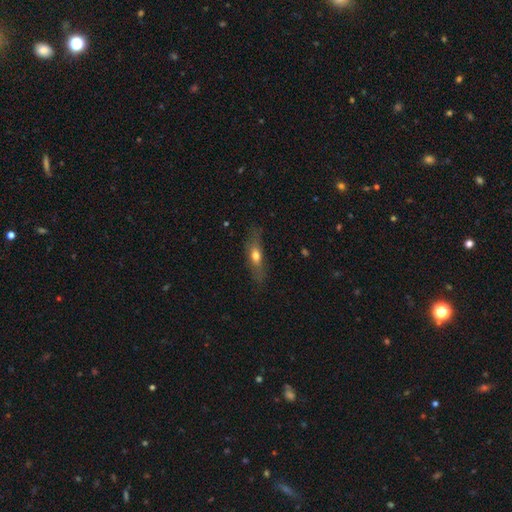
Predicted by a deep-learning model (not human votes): The model was most divided on "how rounded": cigar-shaped: 56%, in between: 40%, round: 4%. More confident: merging — none (75%); smooth or featured — smooth (57%).